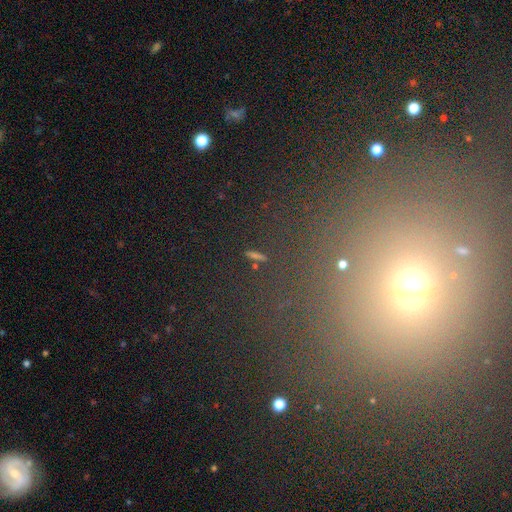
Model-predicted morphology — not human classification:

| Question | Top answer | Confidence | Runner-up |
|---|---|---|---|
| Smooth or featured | star or artifact | 58% | smooth (27%) |